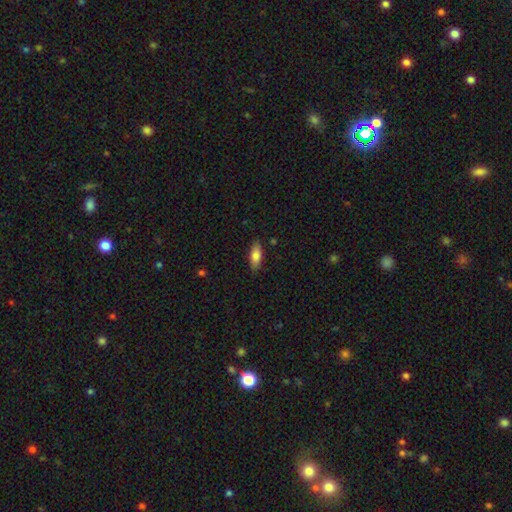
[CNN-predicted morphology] Overall: smooth (79%). How rounded: in between (75%). Merging: none (86%).